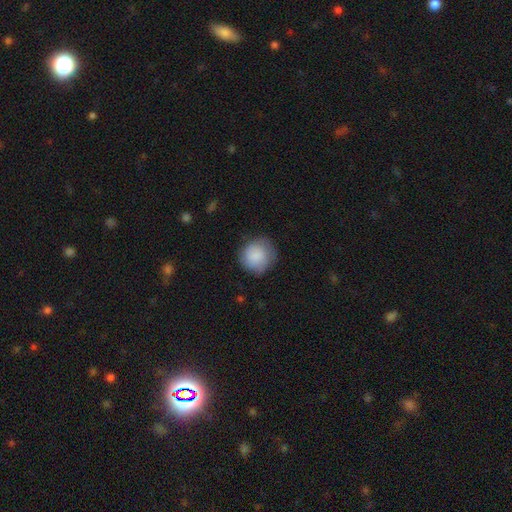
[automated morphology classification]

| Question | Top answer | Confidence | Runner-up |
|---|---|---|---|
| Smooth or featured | smooth | 85% | featured or disk (9%) |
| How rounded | round | 90% | in between (9%) |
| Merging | none | 75% | minor disturbance (19%) |